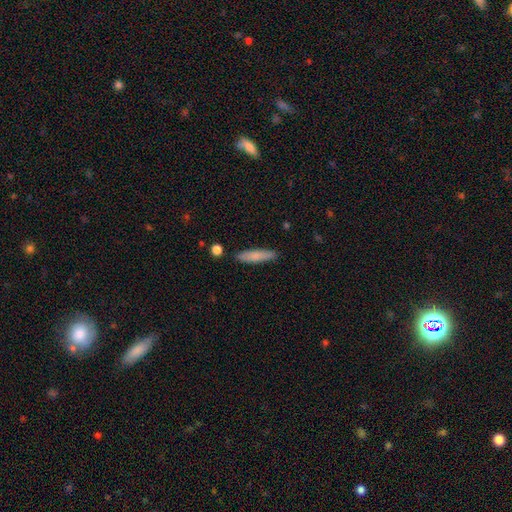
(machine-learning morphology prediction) A smooth galaxy with no disk features (78%) that is cigar-shaped (85%).

Vote fractions:
- Smooth or featured? smooth: 78% / featured or disk: 16% / star or artifact: 6%
- How rounded? cigar-shaped: 85% / in between: 13% / round: 2%
- Merging? none: 87% / minor disturbance: 9% / merger: 2% / major disturbance: 2%